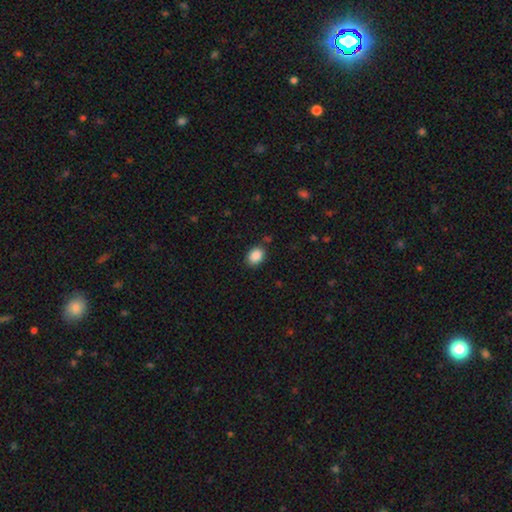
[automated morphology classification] This is clearly a smooth galaxy (88%). How rounded: likely in between (70%). Merging: clearly none (84%).